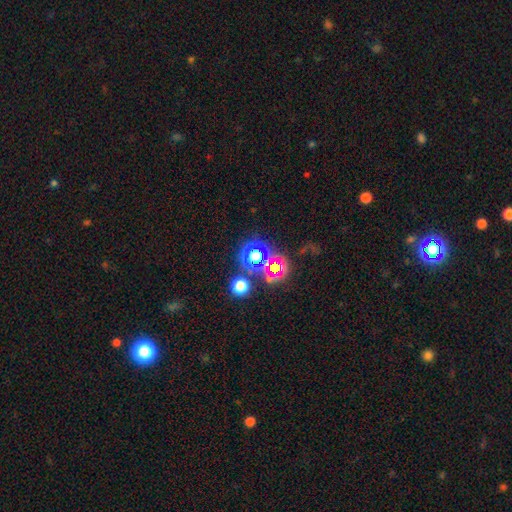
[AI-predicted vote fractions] Smooth or featured?
  - star or artifact: 61% *
  - smooth: 30%
  - featured or disk: 9%